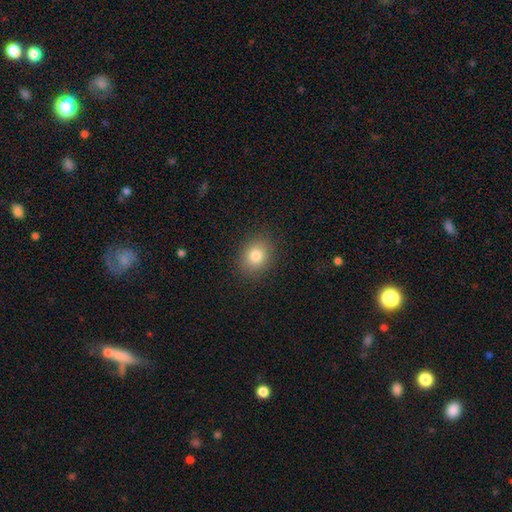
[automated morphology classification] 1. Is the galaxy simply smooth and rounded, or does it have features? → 81% smooth, 11% star or artifact, 8% featured or disk.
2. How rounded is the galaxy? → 58% round, 41% in between, 1% cigar-shaped.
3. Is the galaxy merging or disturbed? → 88% none, 8% minor disturbance, 3% major disturbance, 1% merger.